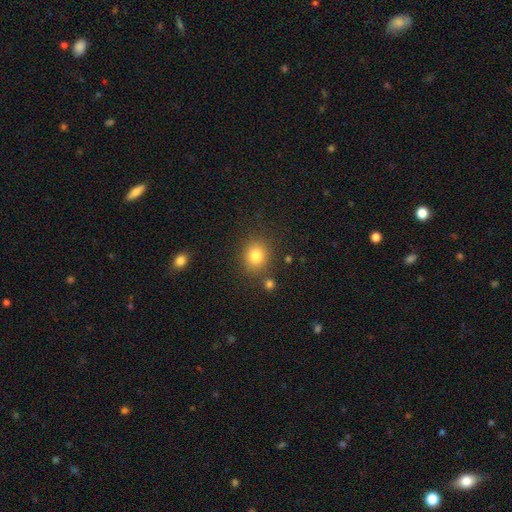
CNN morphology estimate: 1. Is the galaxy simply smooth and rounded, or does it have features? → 81% smooth, 12% star or artifact, 7% featured or disk.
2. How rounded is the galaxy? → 74% round, 25% in between, 1% cigar-shaped.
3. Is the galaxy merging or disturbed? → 81% none, 10% minor disturbance, 5% merger, 3% major disturbance.